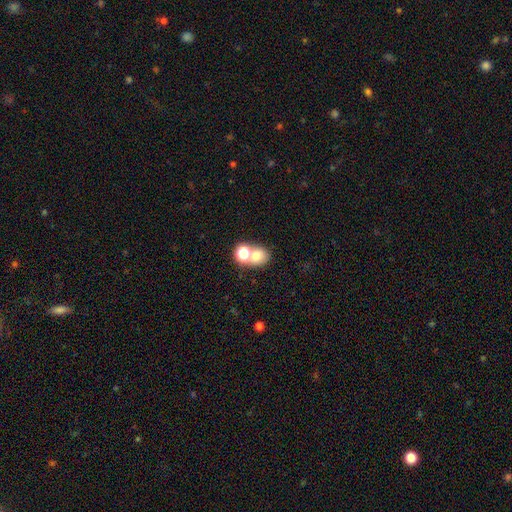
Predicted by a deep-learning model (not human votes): Q: Smooth or featured?
A: smooth (70%); runner-up: star or artifact (16%)
Q: How rounded?
A: round (60%); runner-up: in between (39%)
Q: Merging?
A: merger (49%); runner-up: none (40%)